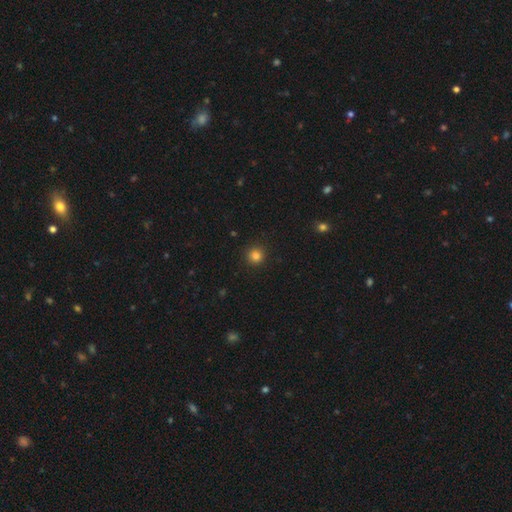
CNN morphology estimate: Smooth or featured: smooth — 84% (star or artifact — 12%)
How rounded: round — 94% (in between — 5%)
Merging: none — 92% (minor disturbance — 5%)